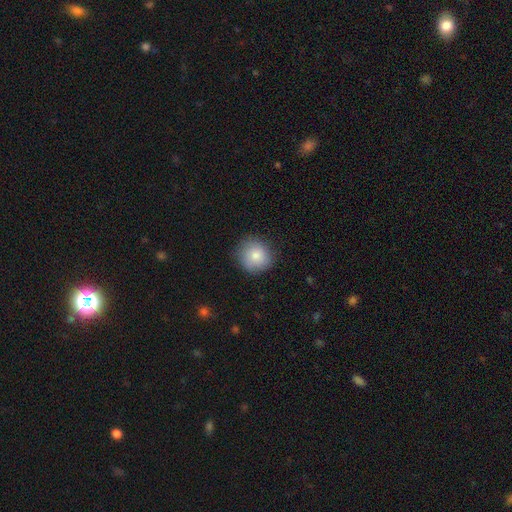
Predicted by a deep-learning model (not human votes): A smooth galaxy with no disk features (84%) that is round (91%).

Vote fractions:
- Smooth or featured? smooth: 84% / featured or disk: 8% / star or artifact: 8%
- How rounded? round: 91% / in between: 8% / cigar-shaped: 1%
- Merging? none: 84% / minor disturbance: 12% / major disturbance: 3% / merger: 1%